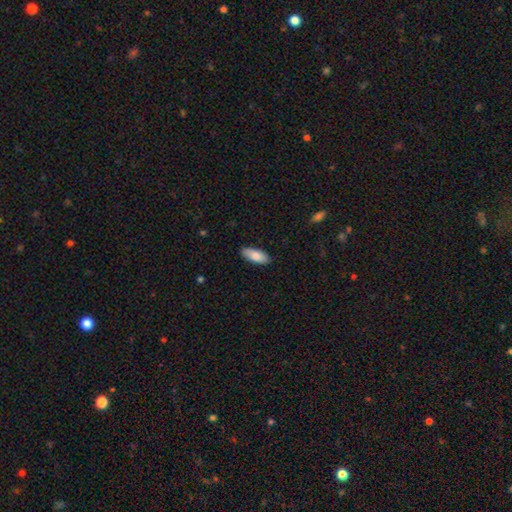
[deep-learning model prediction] This appears to be a smooth galaxy with no disk features (86%) that is in between round and cigar-shaped (82%). Merging: none (88%).